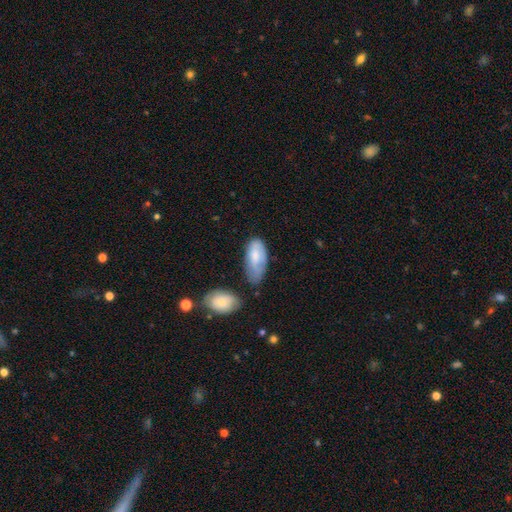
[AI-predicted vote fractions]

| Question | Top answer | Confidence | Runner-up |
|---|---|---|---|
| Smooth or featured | smooth | 73% | featured or disk (21%) |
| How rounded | in between | 90% | cigar-shaped (8%) |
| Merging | none | 41% | minor disturbance (37%) |